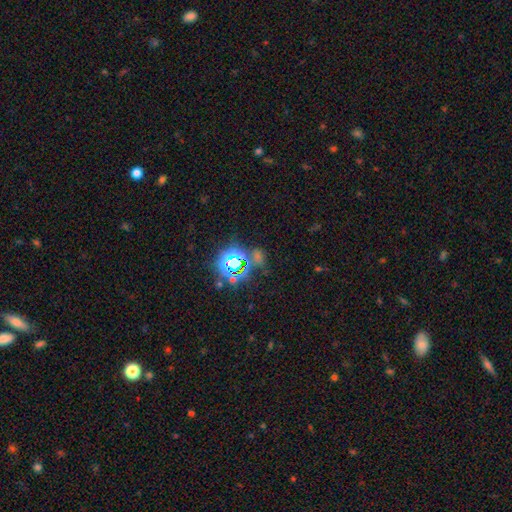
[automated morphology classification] Q: Smooth or featured?
A: star or artifact (72%); runner-up: smooth (19%)